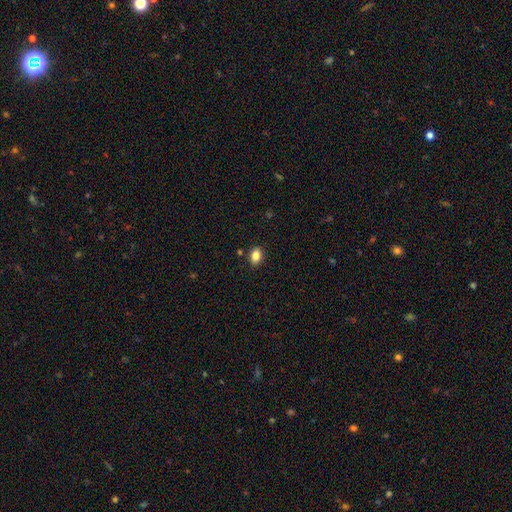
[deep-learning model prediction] This appears to be a smooth galaxy with no disk features (85%) that is in between round and cigar-shaped (75%). Merging: none (87%).